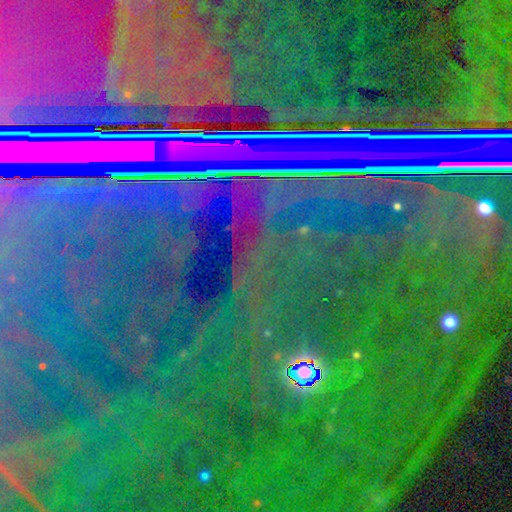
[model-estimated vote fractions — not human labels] A star or artifact, not a galaxy (86%).